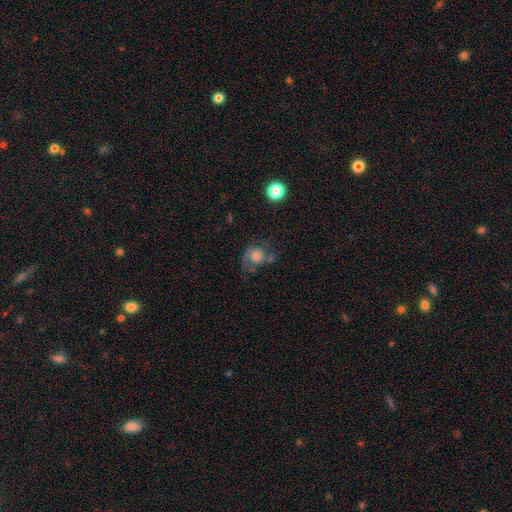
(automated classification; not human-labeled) smooth_or_featured: smooth (p=0.45) [tied with: featured or disk p=0.45]
merging: none (p=0.39) [alt: major disturbance p=0.28]